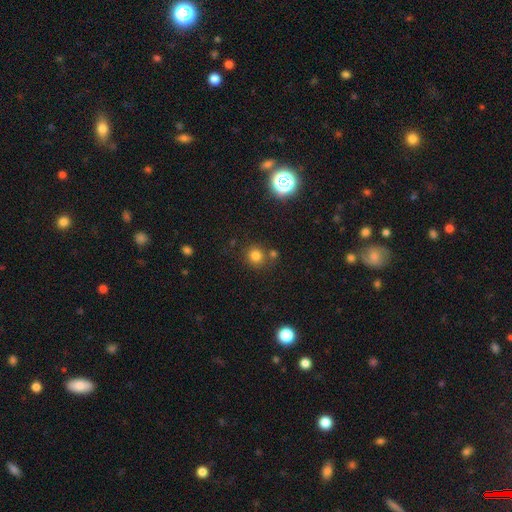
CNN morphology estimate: smooth 76%, star or artifact 17%, featured or disk 7%. Down the decision tree: how rounded — round (88%); merging — none (72%).